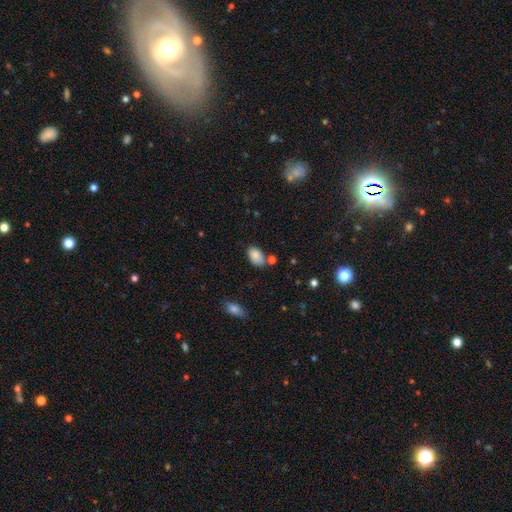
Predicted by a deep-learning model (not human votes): Overall: smooth (85%). How rounded: in between (92%). Merging: none (69%).